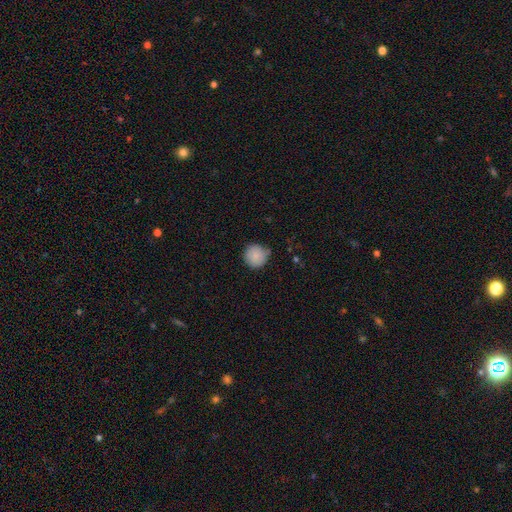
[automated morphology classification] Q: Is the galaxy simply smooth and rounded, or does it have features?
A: smooth — 86%.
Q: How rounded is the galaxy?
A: round — 93%.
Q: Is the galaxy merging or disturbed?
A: none — 77%.